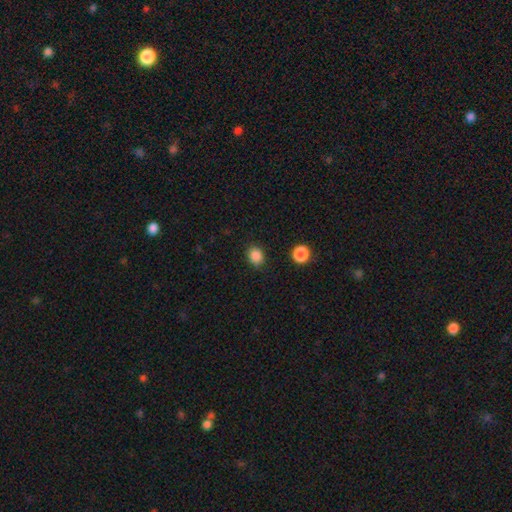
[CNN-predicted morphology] Smooth or featured: smooth — 86% (star or artifact — 10%)
How rounded: round — 55% (in between — 44%)
Merging: none — 86% (minor disturbance — 10%)